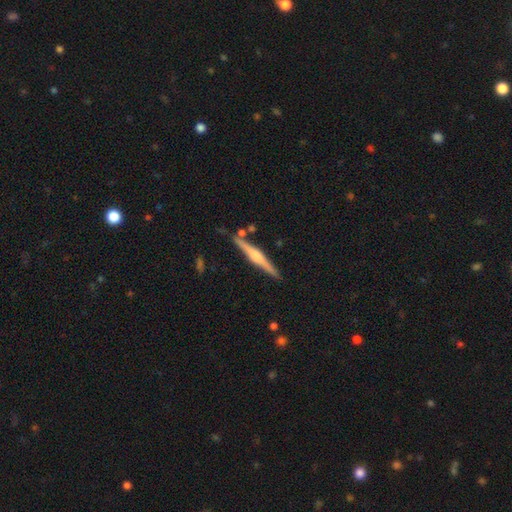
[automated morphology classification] smooth-or-featured: featured or disk: 73% | smooth: 21% | star or artifact: 5%
  disk-edge-on: yes: 98% | no: 2%
    edge-on-bulge: rounded: 75% | boxy: 18% | none: 7%
  merging: none: 85% | minor disturbance: 9% | merger: 4% | major disturbance: 2%